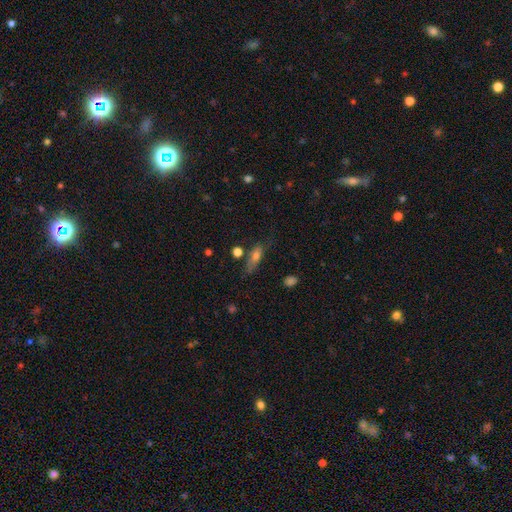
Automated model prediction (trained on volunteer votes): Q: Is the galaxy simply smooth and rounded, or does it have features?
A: smooth — 65%.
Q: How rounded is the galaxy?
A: in between — 50%.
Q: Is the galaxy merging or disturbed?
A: none — 62%.